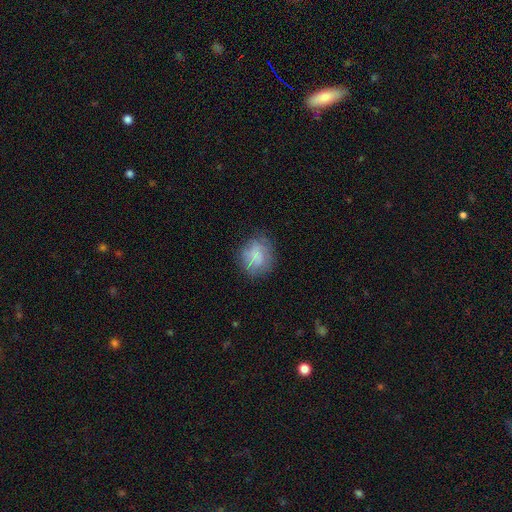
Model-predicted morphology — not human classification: Smooth or featured: smooth — 68% (featured or disk — 22%)
How rounded: round — 78% (in between — 21%)
Merging: none — 72% (minor disturbance — 19%)